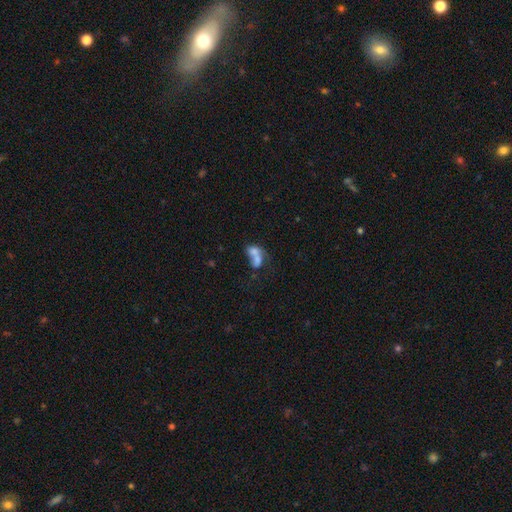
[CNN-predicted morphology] type=smooth (64%); roundness=in between (75%); merging=merger (71%).